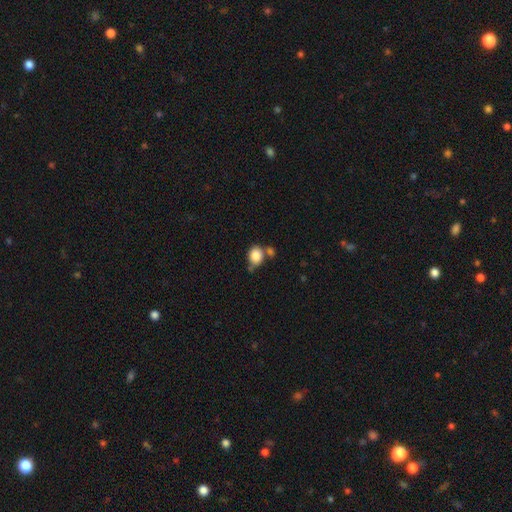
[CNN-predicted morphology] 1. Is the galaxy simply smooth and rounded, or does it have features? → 85% smooth, 9% star or artifact, 6% featured or disk.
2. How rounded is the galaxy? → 61% round, 38% in between, 1% cigar-shaped.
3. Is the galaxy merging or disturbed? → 53% none, 25% merger, 16% minor disturbance, 5% major disturbance.